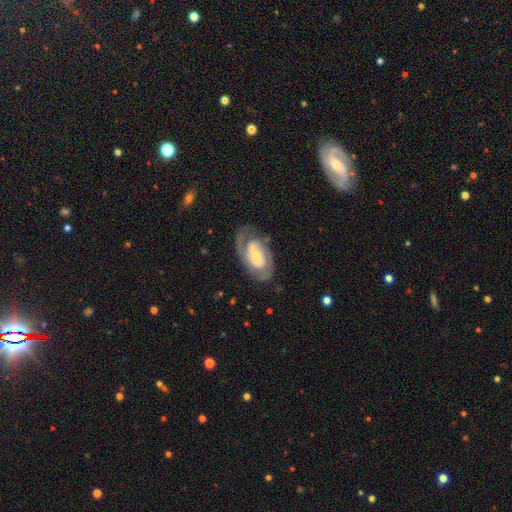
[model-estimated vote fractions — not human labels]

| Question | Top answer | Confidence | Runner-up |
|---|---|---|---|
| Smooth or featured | featured or disk | 82% | smooth (14%) |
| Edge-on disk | no | 96% | yes (4%) |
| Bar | no | 42% | weak (41%) |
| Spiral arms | yes | 91% | no (9%) |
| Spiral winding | tight | 49% | medium (40%) |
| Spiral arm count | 2 | 74% | can't tell (13%) |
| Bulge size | small | 58% | moderate (37%) |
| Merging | none | 71% | minor disturbance (18%) |